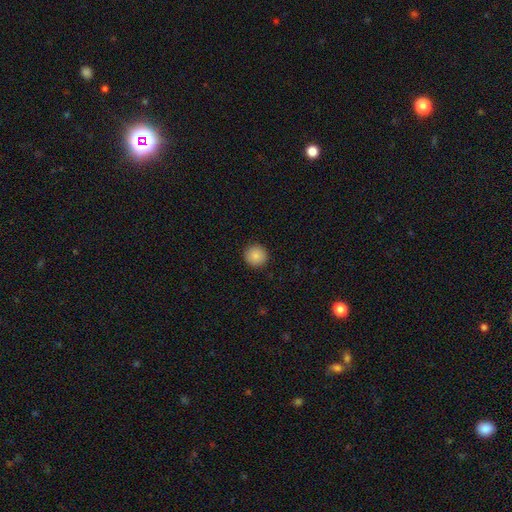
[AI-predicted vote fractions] Smooth or featured? Predicted: smooth (p=0.87). How rounded? Predicted: round (p=0.95). Merging? Predicted: none (p=0.93).